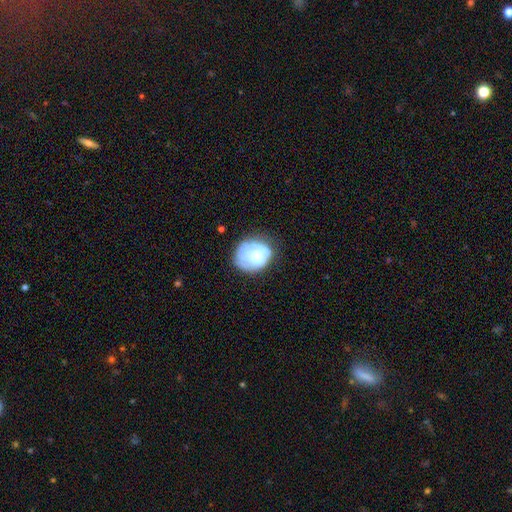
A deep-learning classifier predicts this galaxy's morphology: This appears to be a featured or disk galaxy (55%) with no bar (83%), no spiral arms (54%) and a moderate central bulge (48%). Merging: none (57%).